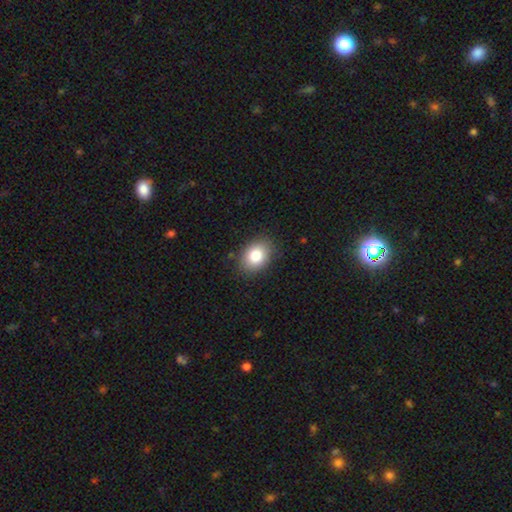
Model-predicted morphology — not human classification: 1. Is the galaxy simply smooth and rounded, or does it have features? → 83% smooth, 9% star or artifact, 8% featured or disk.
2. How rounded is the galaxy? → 70% in between, 29% round, 1% cigar-shaped.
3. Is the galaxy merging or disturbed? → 86% none, 10% minor disturbance, 3% major disturbance, 1% merger.